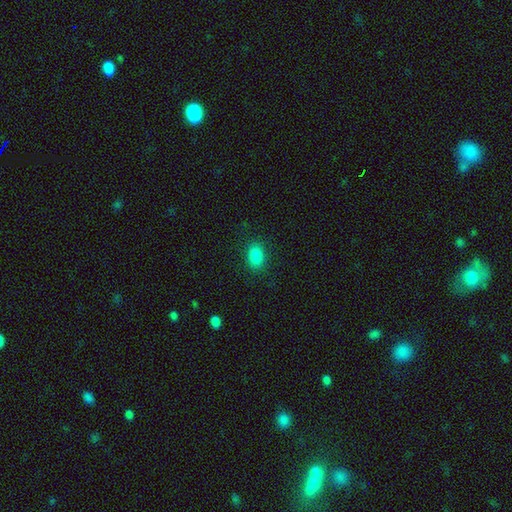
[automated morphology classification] Q: Smooth or featured?
A: smooth (87%); runner-up: star or artifact (10%)
Q: How rounded?
A: in between (84%); runner-up: round (15%)
Q: Merging?
A: none (87%); runner-up: minor disturbance (9%)